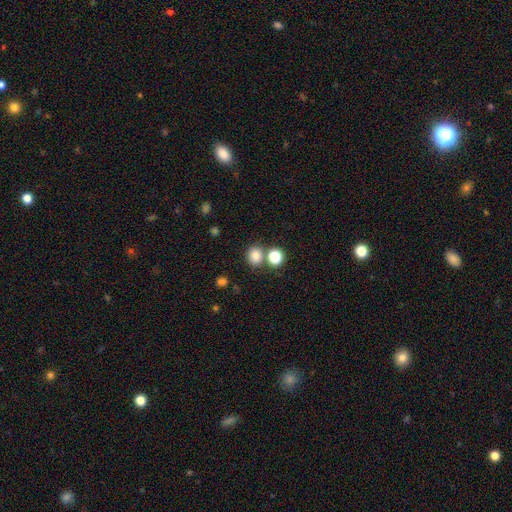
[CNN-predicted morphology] This is clearly a smooth galaxy (81%). How rounded: likely round (72%). Merging: likely none (68%).